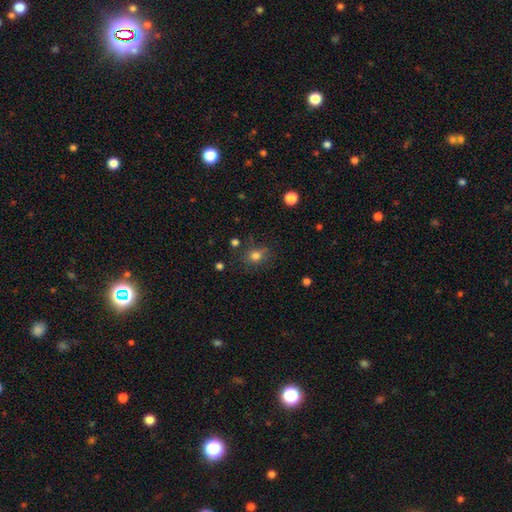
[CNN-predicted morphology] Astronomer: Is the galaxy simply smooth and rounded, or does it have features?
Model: smooth — 78%.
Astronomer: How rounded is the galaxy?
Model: round — 67%.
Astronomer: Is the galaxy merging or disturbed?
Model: none — 76%.